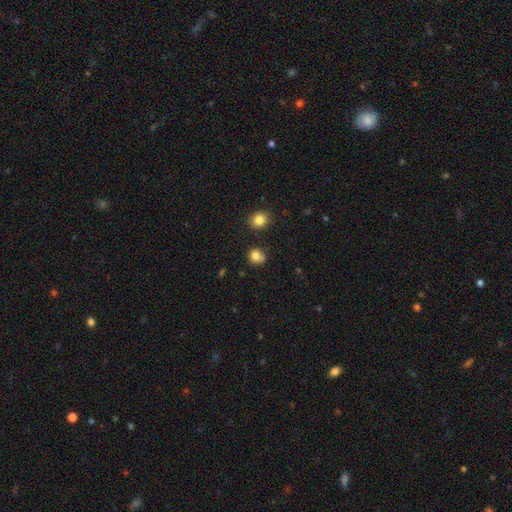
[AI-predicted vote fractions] This is clearly a smooth galaxy (81%). How rounded: likely round (79%). Merging: likely none (63%).